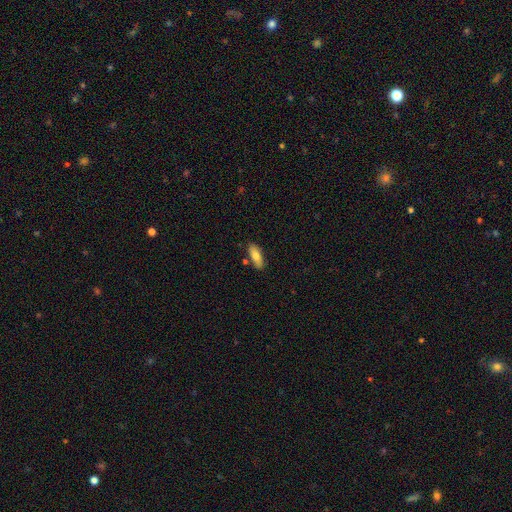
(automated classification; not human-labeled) Morphology: type=smooth (76%); roundness=in between (69%); merging=none (81%).